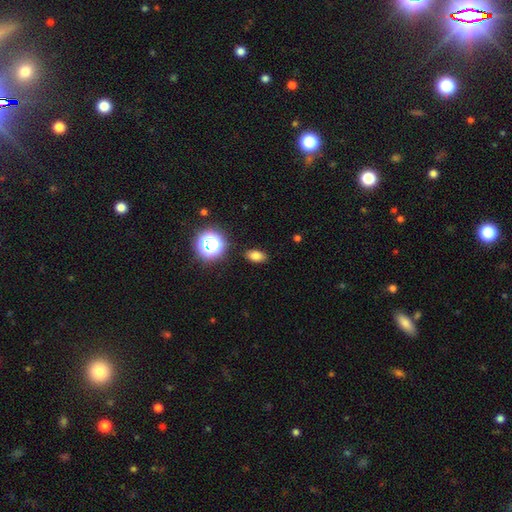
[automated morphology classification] Smooth or featured? smooth (76%)
How rounded? in between (84%)
Merging? none (88%)